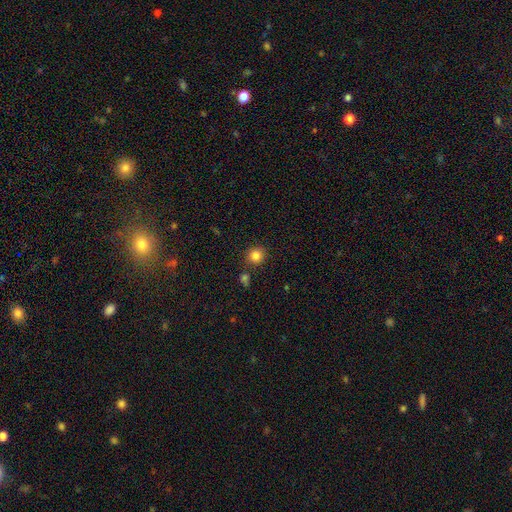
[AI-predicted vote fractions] Q: Smooth or featured?
A: smooth (83%); runner-up: star or artifact (11%)
Q: How rounded?
A: round (88%); runner-up: in between (11%)
Q: Merging?
A: none (84%); runner-up: minor disturbance (8%)